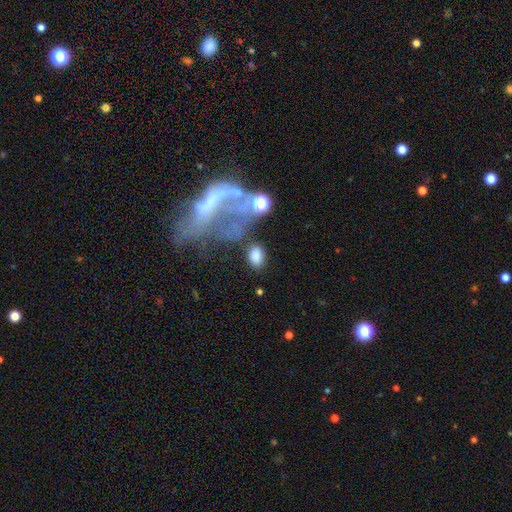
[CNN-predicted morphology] smooth 79%, featured or disk 11%, star or artifact 9%. Down the decision tree: how rounded — in between (87%); merging — none (66%).